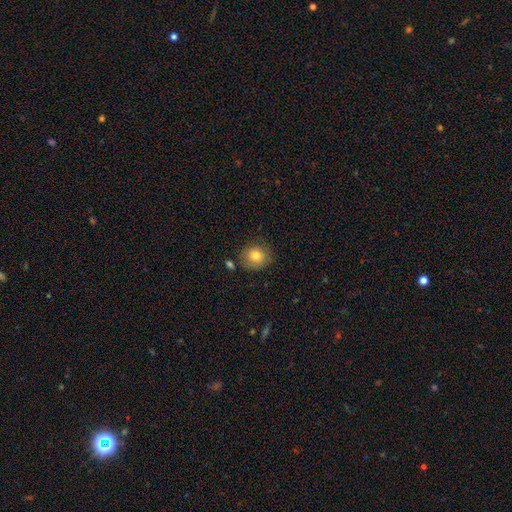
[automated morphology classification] smooth_or_featured: smooth (p=0.79) [alt: featured or disk p=0.11]
how_rounded: round (p=0.82) [alt: in between p=0.17]
merging: none (p=0.77) [alt: minor disturbance p=0.15]